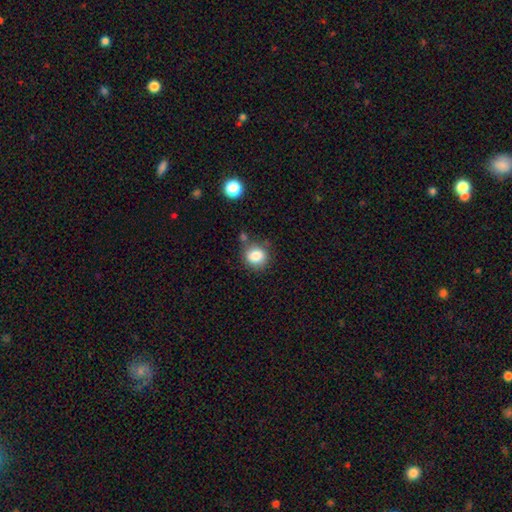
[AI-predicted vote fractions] smooth 84%, star or artifact 10%, featured or disk 7%. Down the decision tree: how rounded — round (78%); merging — none (70%).